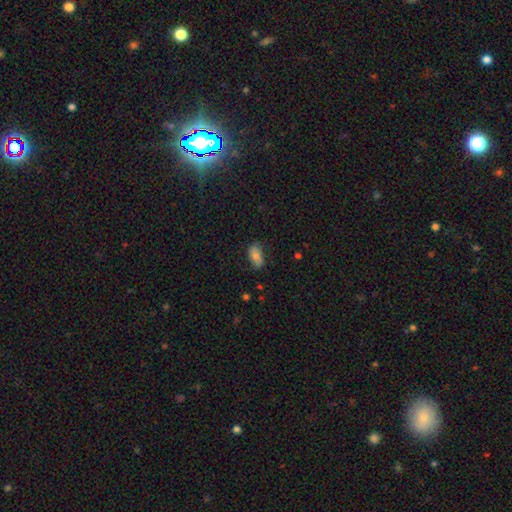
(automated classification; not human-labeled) Overall: smooth (77%). How rounded: in between (89%). Merging: none (76%).